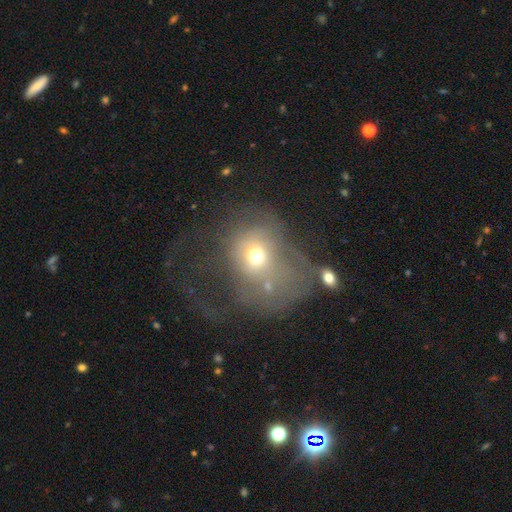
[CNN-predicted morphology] smooth_or_featured: smooth (p=0.53) [alt: featured or disk p=0.30]
how_rounded: round (p=0.62) [alt: in between p=0.37]
merging: major disturbance (p=0.50) [alt: none p=0.23]